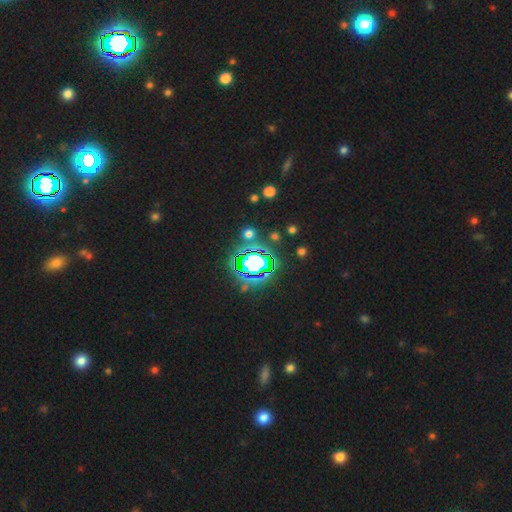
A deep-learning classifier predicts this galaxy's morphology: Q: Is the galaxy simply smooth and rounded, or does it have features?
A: star or artifact — 79%.